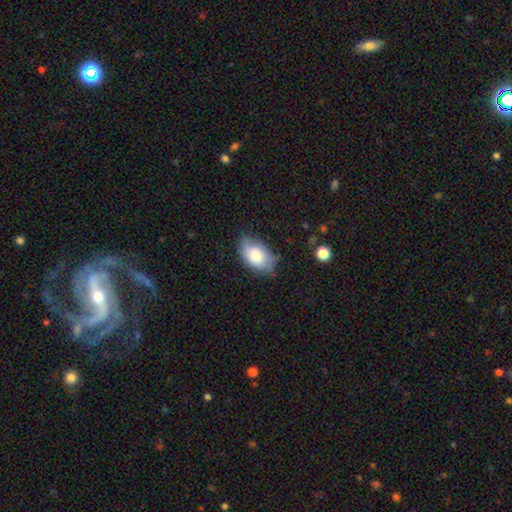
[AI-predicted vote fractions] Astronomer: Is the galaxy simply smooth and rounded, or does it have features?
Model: smooth — 74%.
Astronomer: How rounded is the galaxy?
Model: in between — 92%.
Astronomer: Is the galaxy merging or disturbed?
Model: none — 62%.